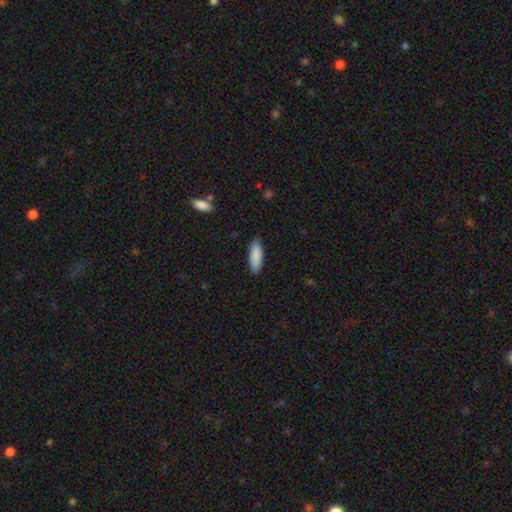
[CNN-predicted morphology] The model was most divided on "how rounded": in between: 65%, cigar-shaped: 33%, round: 1%. More confident: smooth or featured — smooth (89%); merging — none (84%).